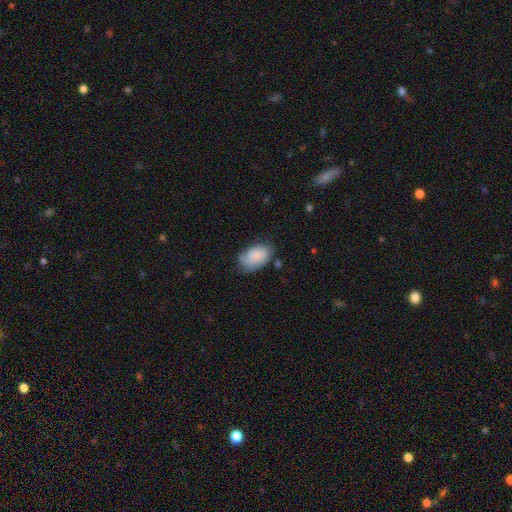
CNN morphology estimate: Overall: smooth (78%). How rounded: in between (92%). Merging: none (55%; minor disturbance 31%).